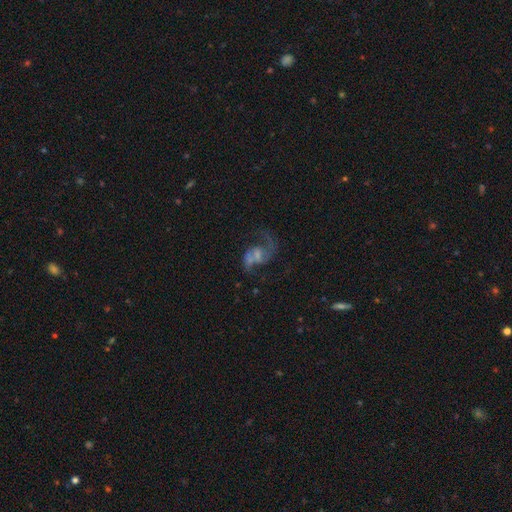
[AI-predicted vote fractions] A featured or disk galaxy (76%) with no bar (47%), 2 (80%) loose (61%) spiral arms (88%) and a small central bulge (37%).

Vote fractions:
- Smooth or featured? featured or disk: 76% / smooth: 14% / star or artifact: 10%
- Edge-on disk? no: 98% / yes: 2%
- Bar? no: 47% / weak: 42% / strong: 11%
- Spiral arms? yes: 88% / no: 12%
- Spiral winding? loose: 61% / medium: 32% / tight: 7%
- Spiral arm count? 2: 80% / 1: 13% / can't tell: 4% / 3: 1% / 4: 1% / more than 4: 1%
- Bulge size? small: 37% / moderate: 29% / none: 25% / large: 6% / dominant: 2%
- Merging? none: 44% / major disturbance: 26% / minor disturbance: 16% / merger: 13%